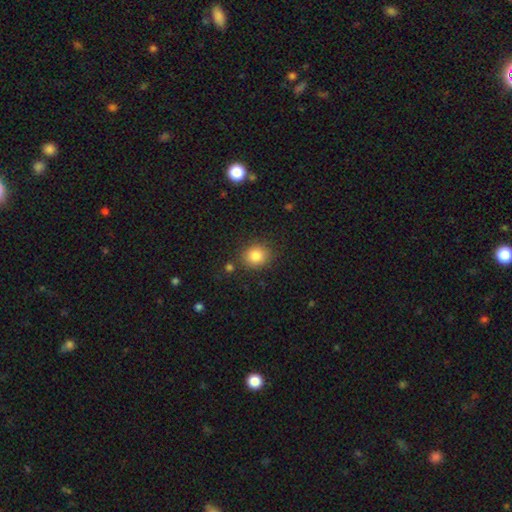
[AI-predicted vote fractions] A smooth galaxy with no disk features (84%) that is round (74%).

Vote fractions:
- Smooth or featured? smooth: 84% / star or artifact: 11% / featured or disk: 6%
- How rounded? round: 74% / in between: 25% / cigar-shaped: 1%
- Merging? none: 84% / minor disturbance: 10% / merger: 4% / major disturbance: 3%